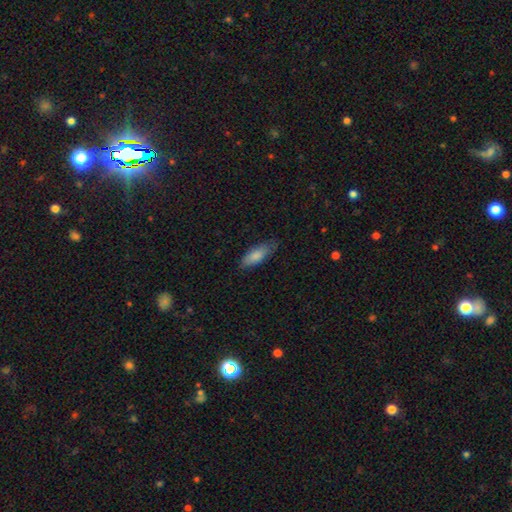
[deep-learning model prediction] Smooth or featured?
  - smooth: 82% *
  - featured or disk: 13%
  - star or artifact: 6%
How rounded?
  - in between: 71% *
  - cigar-shaped: 27%
  - round: 2%
Merging?
  - none: 74% *
  - minor disturbance: 21%
  - major disturbance: 4%
  - merger: 1%